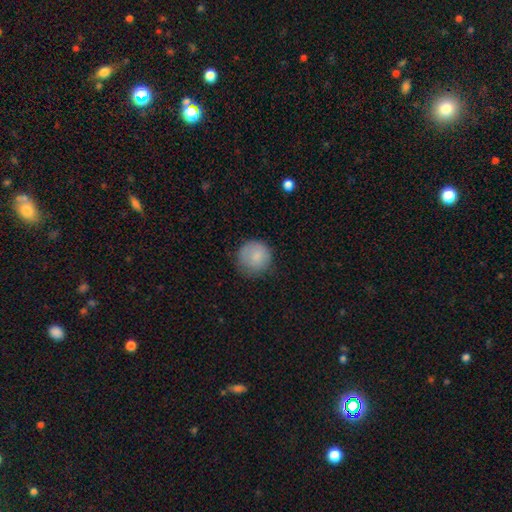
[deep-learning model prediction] Q: Smooth or featured?
A: smooth (83%); runner-up: featured or disk (10%)
Q: How rounded?
A: round (93%); runner-up: in between (6%)
Q: Merging?
A: none (74%); runner-up: minor disturbance (19%)